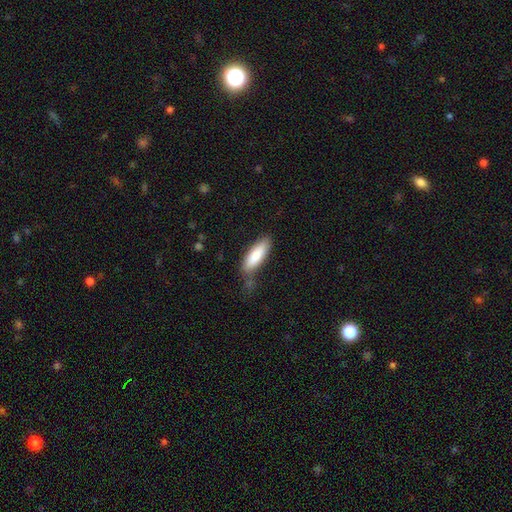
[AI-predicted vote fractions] This is clearly a smooth galaxy (82%). How rounded: possibly in between (54%). Merging: likely none (70%).